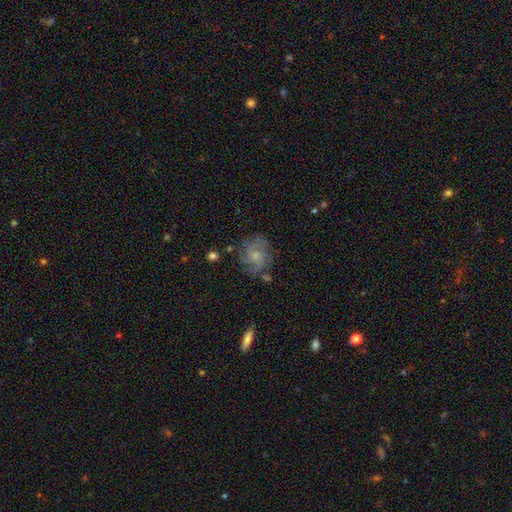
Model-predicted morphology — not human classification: smooth_or_featured: featured or disk (p=0.64) [alt: smooth p=0.26]
disk_edge_on: no (p=0.97) [alt: yes p=0.03]
bar: no (p=0.76) [alt: weak p=0.22]
has_spiral_arms: yes (p=0.87) [alt: no p=0.13]
spiral_winding: medium (p=0.43) [alt: tight p=0.40]
spiral_arm_count: can't tell (p=0.32) [alt: 3 p=0.25]
bulge_size: small (p=0.55) [alt: moderate p=0.31]
merging: none (p=0.69) [alt: minor disturbance p=0.19]